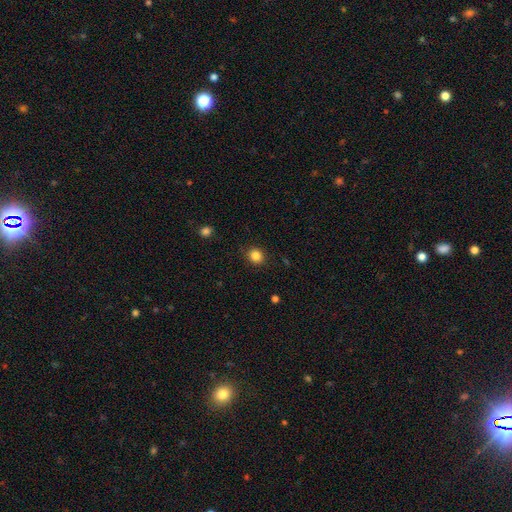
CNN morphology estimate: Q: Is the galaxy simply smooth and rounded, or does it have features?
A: smooth — 85%.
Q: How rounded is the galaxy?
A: round — 82%.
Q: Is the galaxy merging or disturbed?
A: none — 89%.